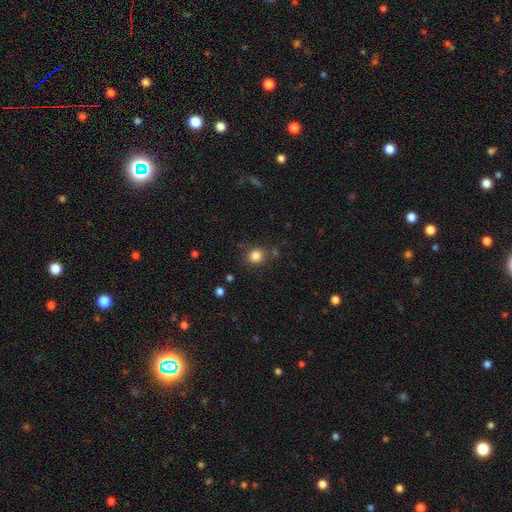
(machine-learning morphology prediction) A smooth galaxy with no disk features (84%) that is round (84%). Merging: none (79%).